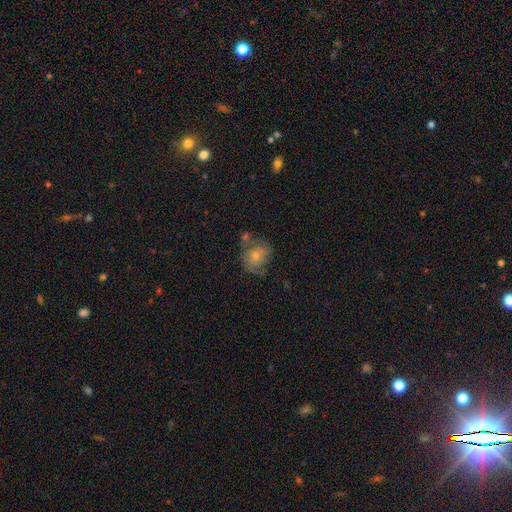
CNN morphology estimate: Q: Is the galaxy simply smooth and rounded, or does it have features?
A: smooth — 45%.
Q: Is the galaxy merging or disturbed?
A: none — 57%.